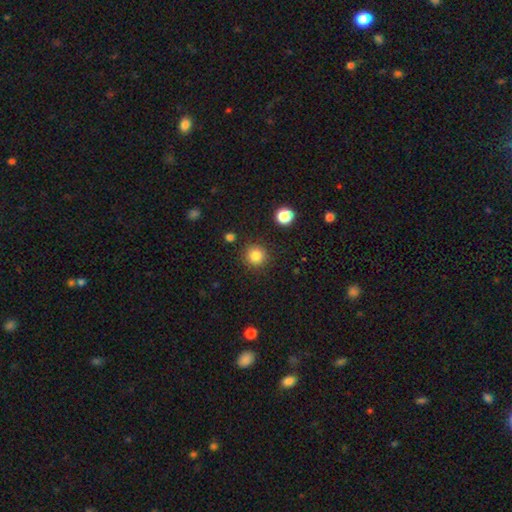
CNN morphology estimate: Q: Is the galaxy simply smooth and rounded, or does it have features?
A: smooth — 83%.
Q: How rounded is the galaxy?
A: round — 94%.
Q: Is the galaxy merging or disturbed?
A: none — 90%.